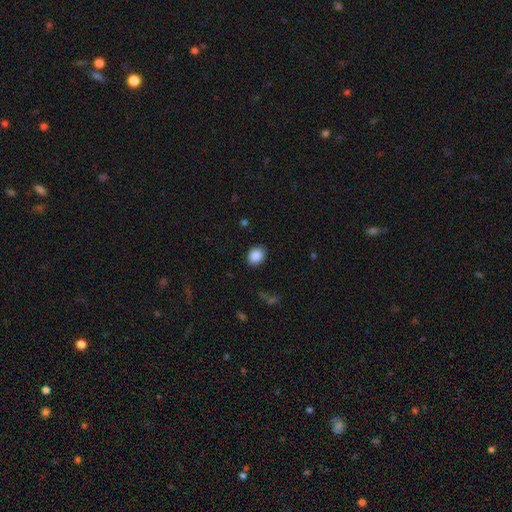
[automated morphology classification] Smooth or featured: smooth — 88% (star or artifact — 8%)
How rounded: in between — 55% (round — 44%)
Merging: none — 87% (minor disturbance — 9%)